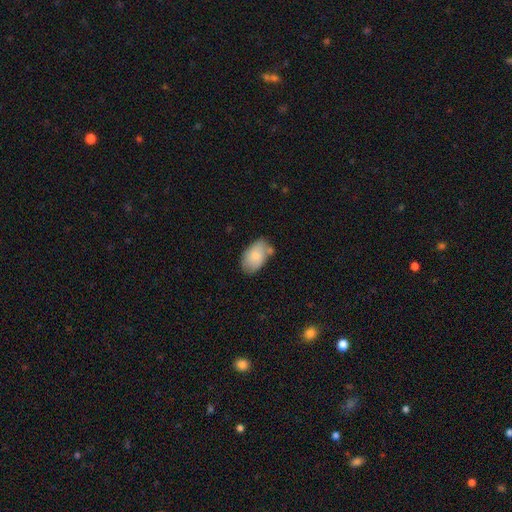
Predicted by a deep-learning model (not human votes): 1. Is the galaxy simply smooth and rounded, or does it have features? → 79% smooth, 15% featured or disk, 6% star or artifact.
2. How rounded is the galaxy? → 92% in between, 7% round, 1% cigar-shaped.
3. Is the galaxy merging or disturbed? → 58% none, 24% minor disturbance, 12% merger, 6% major disturbance.